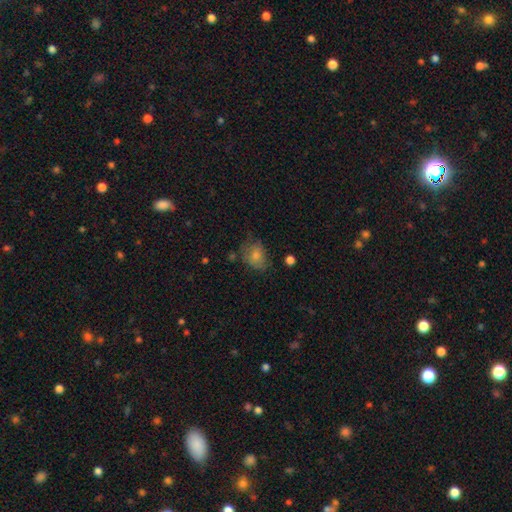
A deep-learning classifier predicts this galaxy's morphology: smooth-or-featured: smooth: 76% | featured or disk: 15% | star or artifact: 9%
  how-rounded: in between: 60% | round: 39% | cigar-shaped: 1%
  merging: none: 50% | minor disturbance: 30% | major disturbance: 16% | merger: 4%